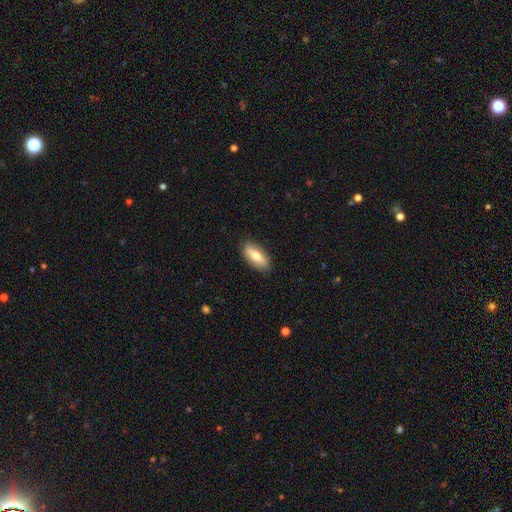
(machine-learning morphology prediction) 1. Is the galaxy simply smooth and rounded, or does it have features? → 63% smooth, 31% featured or disk, 6% star or artifact.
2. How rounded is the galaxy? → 77% in between, 20% cigar-shaped, 3% round.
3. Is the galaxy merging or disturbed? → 86% none, 10% minor disturbance, 2% major disturbance, 1% merger.